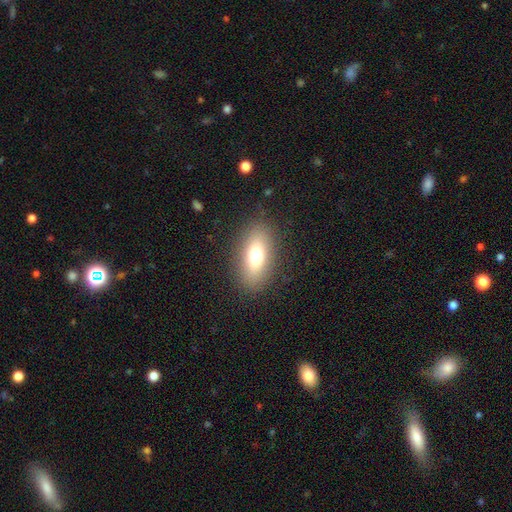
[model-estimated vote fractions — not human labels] This is likely a smooth galaxy (71%). How rounded: clearly in between (82%). Merging: clearly none (86%).